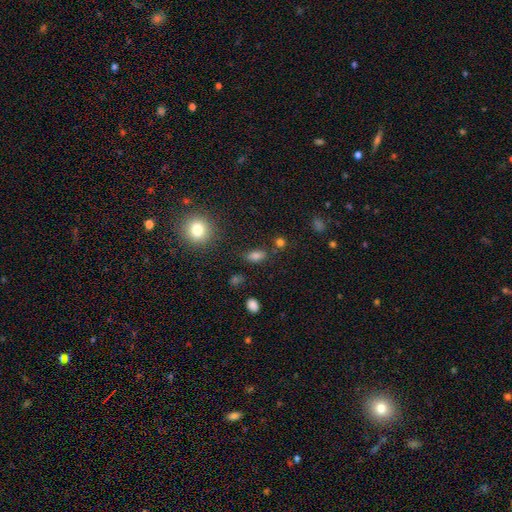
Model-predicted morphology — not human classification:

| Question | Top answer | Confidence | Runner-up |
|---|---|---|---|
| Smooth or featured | smooth | 79% | star or artifact (14%) |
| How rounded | in between | 80% | round (10%) |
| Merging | none | 76% | minor disturbance (13%) |